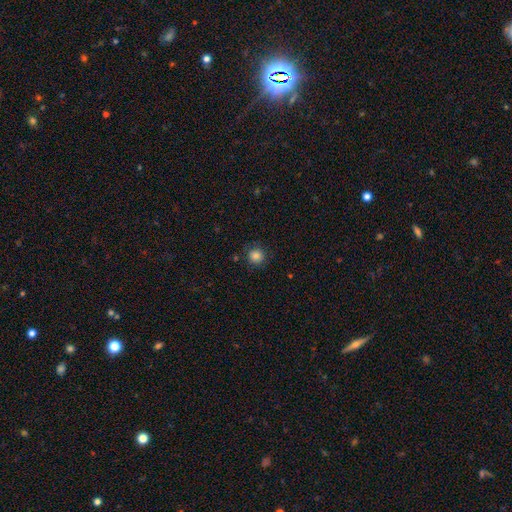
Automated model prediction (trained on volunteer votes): The model was most divided on "smooth or featured": smooth: 84%, star or artifact: 11%, featured or disk: 4%. More confident: how rounded — round (93%); merging — none (86%).